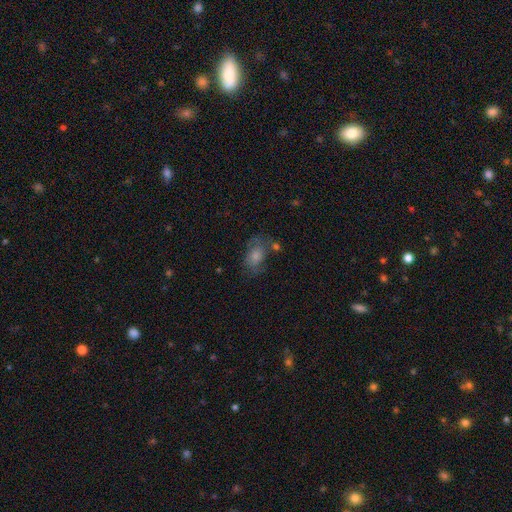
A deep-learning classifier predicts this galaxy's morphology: The model was most divided on "merging": none: 47%, minor disturbance: 25%, major disturbance: 17%, merger: 10%. More confident: how rounded — in between (82%); smooth or featured — smooth (66%).